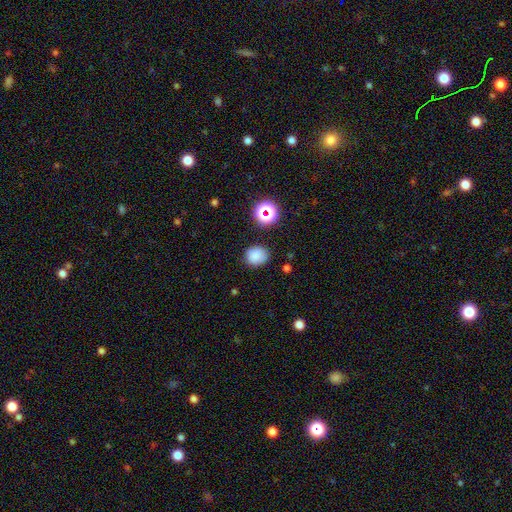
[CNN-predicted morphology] The model was most divided on "how rounded": round: 75%, in between: 24%, cigar-shaped: 1%. More confident: merging — none (80%); smooth or featured — smooth (79%).